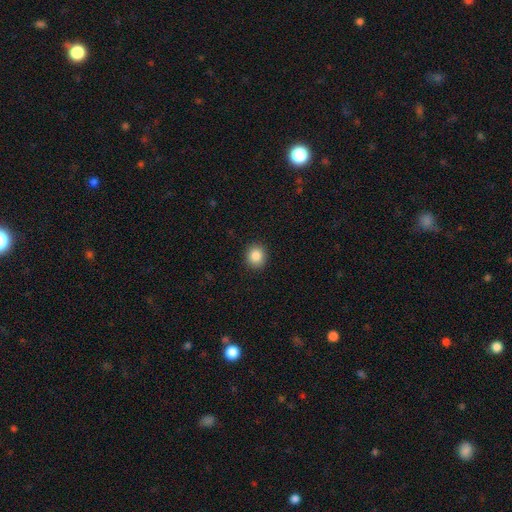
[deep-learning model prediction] smooth-or-featured: smooth: 86% | star or artifact: 10% | featured or disk: 4%
  how-rounded: round: 83% | in between: 16% | cigar-shaped: 1%
  merging: none: 91% | minor disturbance: 6% | major disturbance: 2% | merger: 1%